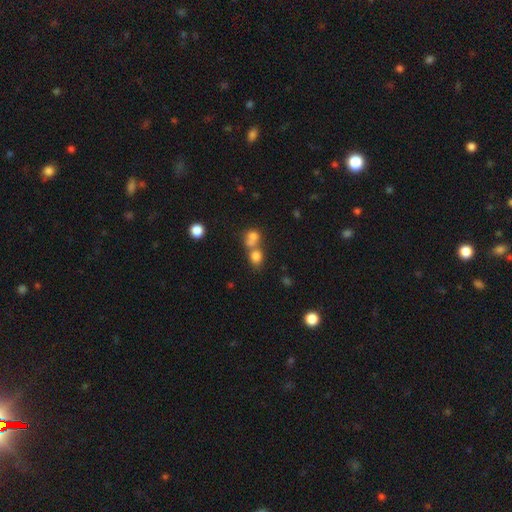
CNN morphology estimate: smooth_or_featured: smooth (p=0.72) [alt: star or artifact p=0.17]
how_rounded: round (p=0.71) [alt: in between p=0.27]
merging: merger (p=0.52) [alt: none p=0.39]